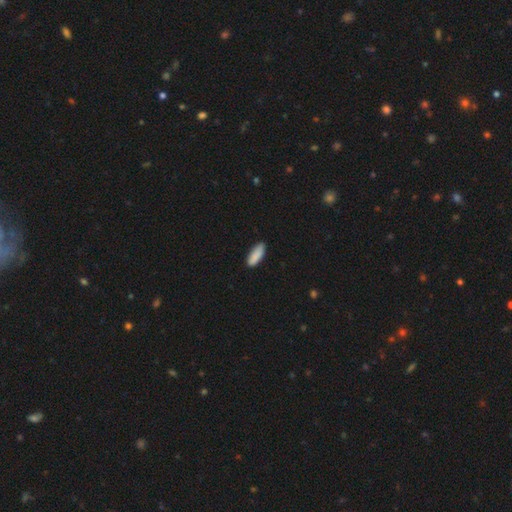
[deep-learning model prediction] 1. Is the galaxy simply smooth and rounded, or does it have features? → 89% smooth, 6% star or artifact, 5% featured or disk.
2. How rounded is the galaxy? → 66% in between, 33% cigar-shaped, 2% round.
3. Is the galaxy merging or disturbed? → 84% none, 13% minor disturbance, 2% major disturbance, 1% merger.